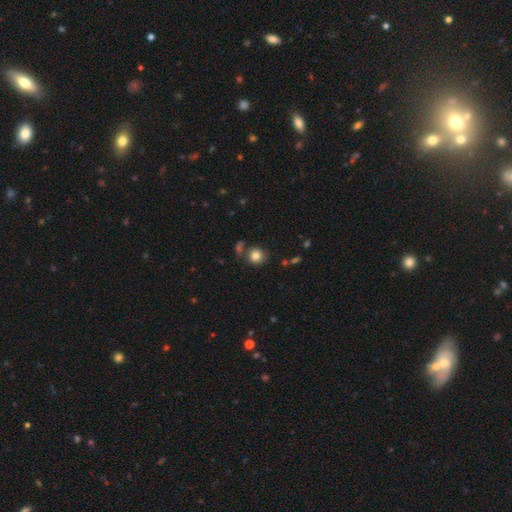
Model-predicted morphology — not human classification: The model was most divided on "merging": none: 75%, minor disturbance: 11%, merger: 10%, major disturbance: 4%. More confident: how rounded — round (88%); smooth or featured — smooth (82%).